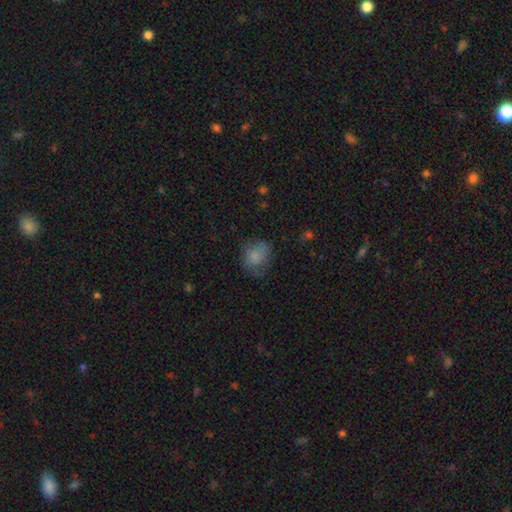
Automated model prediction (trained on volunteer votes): Smooth or featured?
  - smooth: 75% *
  - featured or disk: 15%
  - star or artifact: 10%
How rounded?
  - round: 66% *
  - in between: 33%
  - cigar-shaped: 1%
Merging?
  - none: 58% *
  - minor disturbance: 27%
  - major disturbance: 14%
  - merger: 2%